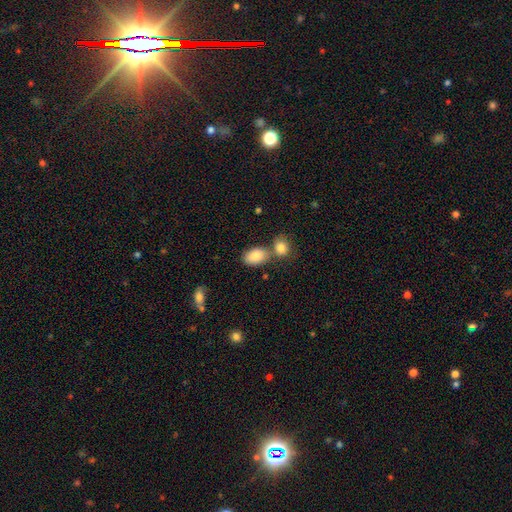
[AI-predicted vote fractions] Smooth or featured: smooth — 85% (featured or disk — 8%)
How rounded: in between — 90% (round — 9%)
Merging: none — 50% (merger — 35%)